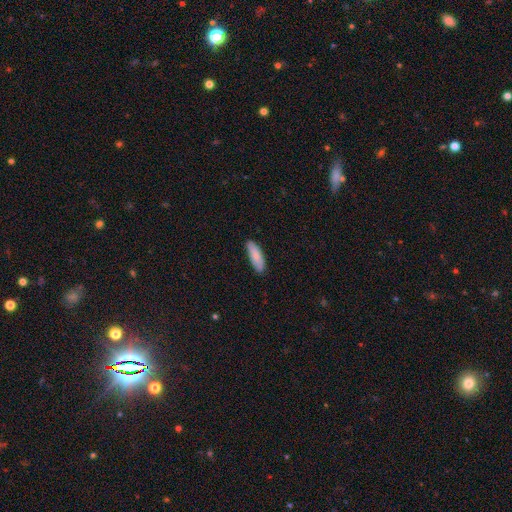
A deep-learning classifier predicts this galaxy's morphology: smooth-or-featured: smooth: 84% | featured or disk: 10% | star or artifact: 6%
  how-rounded: in between: 55% | cigar-shaped: 44% | round: 2%
  merging: none: 85% | minor disturbance: 12% | major disturbance: 2% | merger: 1%